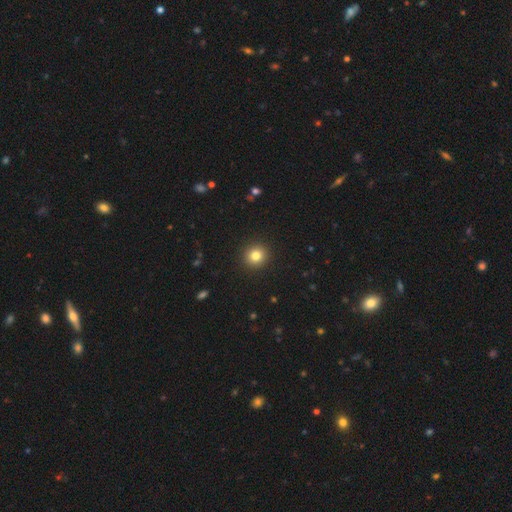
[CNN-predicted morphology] A smooth galaxy with no disk features (81%) that is round (91%). Merging: none (93%).